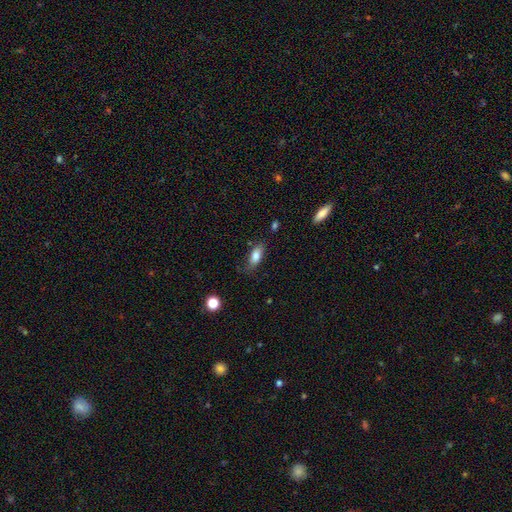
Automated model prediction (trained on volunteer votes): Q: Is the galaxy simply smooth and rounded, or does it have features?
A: smooth — 80%.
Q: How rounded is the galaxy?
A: in between — 80%.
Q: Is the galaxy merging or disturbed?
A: none — 68%.